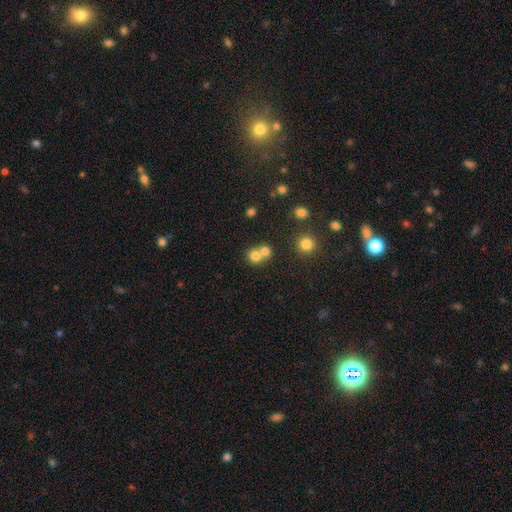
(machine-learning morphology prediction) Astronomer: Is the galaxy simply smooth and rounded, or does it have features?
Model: smooth — 75%.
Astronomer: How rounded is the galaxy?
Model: round — 82%.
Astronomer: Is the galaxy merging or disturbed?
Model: merger — 53% (runner-up: none, 39%).